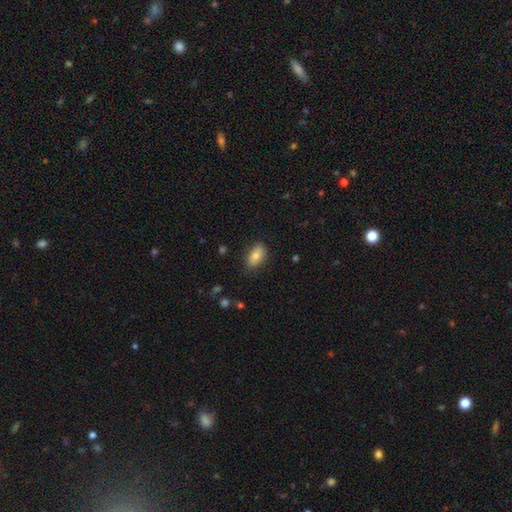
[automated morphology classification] A smooth galaxy with no disk features (81%) that is in between round and cigar-shaped (90%).

Vote fractions:
- Smooth or featured? smooth: 81% / featured or disk: 12% / star or artifact: 8%
- How rounded? in between: 90% / round: 6% / cigar-shaped: 4%
- Merging? none: 81% / minor disturbance: 15% / major disturbance: 3% / merger: 1%